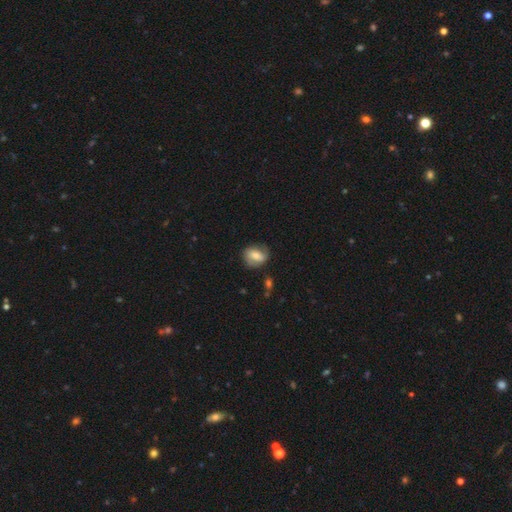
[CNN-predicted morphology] Smooth or featured: smooth — 57% (featured or disk — 35%)
How rounded: in between — 56% (round — 42%)
Merging: none — 68% (minor disturbance — 22%)